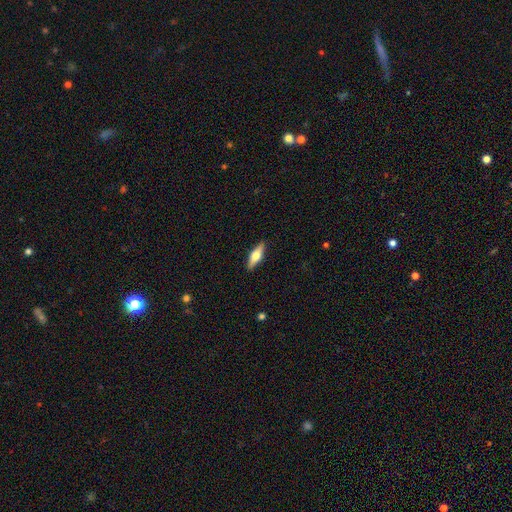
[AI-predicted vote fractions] Smooth or featured: featured or disk — 47% (tied with smooth — 47%)
Merging: none — 89% (minor disturbance — 8%)